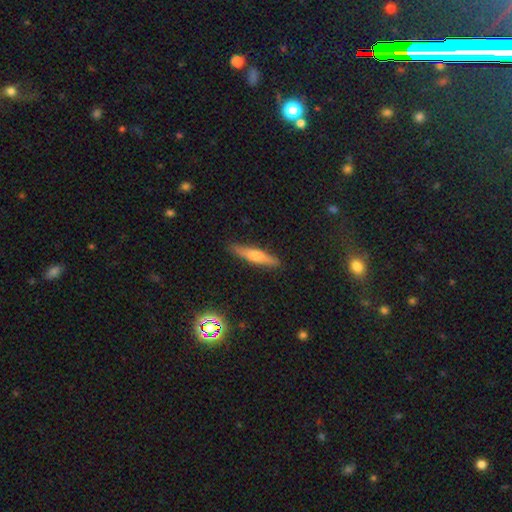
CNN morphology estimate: Smooth or featured? Predicted: smooth (p=0.61). How rounded? Predicted: cigar-shaped (p=0.84). Merging? Predicted: none (p=0.88).